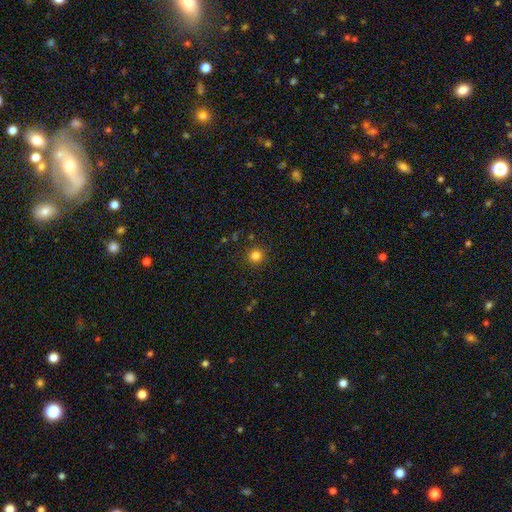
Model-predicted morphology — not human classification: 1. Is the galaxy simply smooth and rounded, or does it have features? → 81% smooth, 14% star or artifact, 4% featured or disk.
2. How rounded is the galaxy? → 90% round, 9% in between, 1% cigar-shaped.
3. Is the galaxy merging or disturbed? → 88% none, 8% minor disturbance, 3% major disturbance, 2% merger.